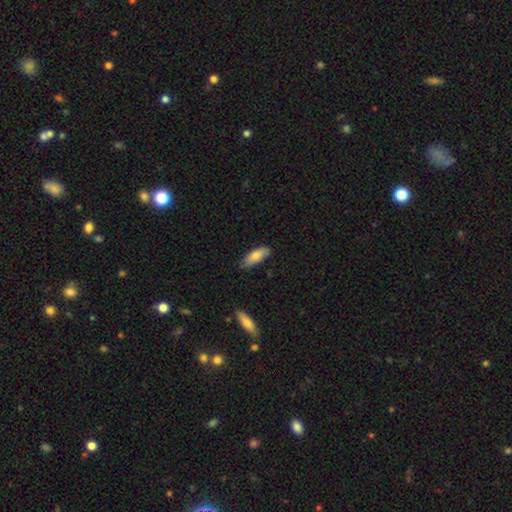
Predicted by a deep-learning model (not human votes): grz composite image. It shows a smooth galaxy with no disk features (77%) that is in between round and cigar-shaped (67%). Merging: none (80%).